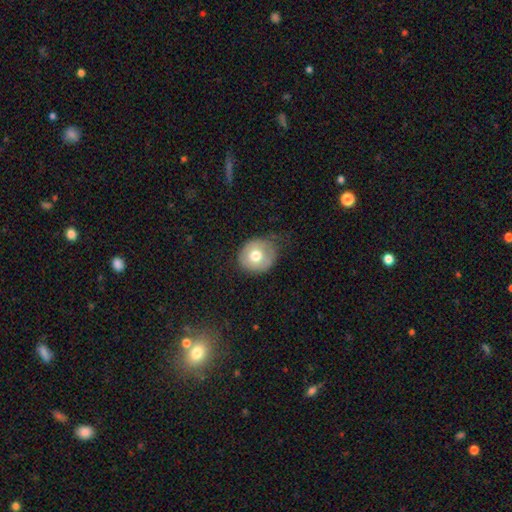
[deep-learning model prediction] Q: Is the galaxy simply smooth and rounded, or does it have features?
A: smooth — 70%.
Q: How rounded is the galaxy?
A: round — 79%.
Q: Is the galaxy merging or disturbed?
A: none — 61%.